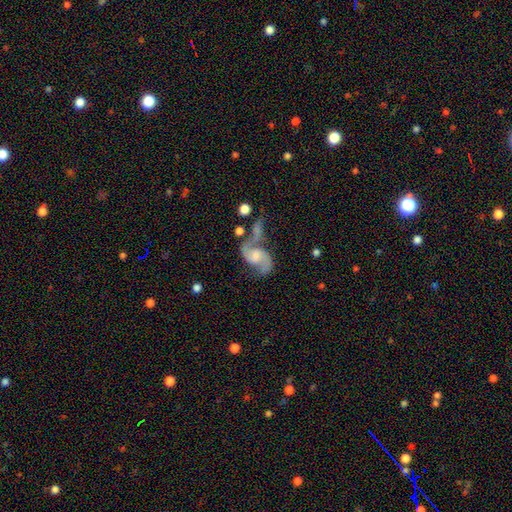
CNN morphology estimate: type=featured or disk (86%); edge-on=no (97%); bar=no (47%); spiral arms=yes (96%); winding=loose (52%); arm count=2 (92%); bulge=moderate (37%); merging=none (43%).